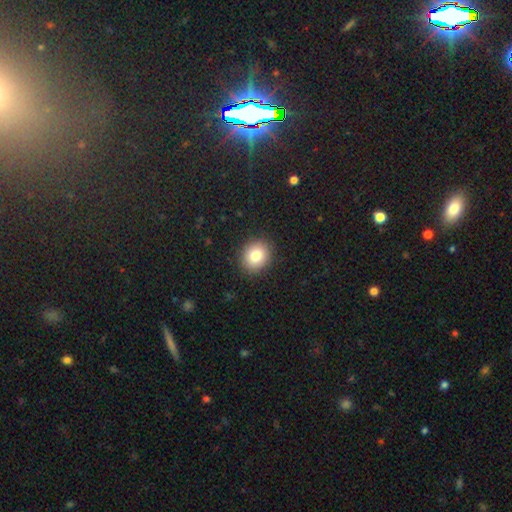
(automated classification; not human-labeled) The model was most divided on "how rounded": round: 72%, in between: 28%, cigar-shaped: 1%. More confident: merging — none (90%); smooth or featured — smooth (82%).